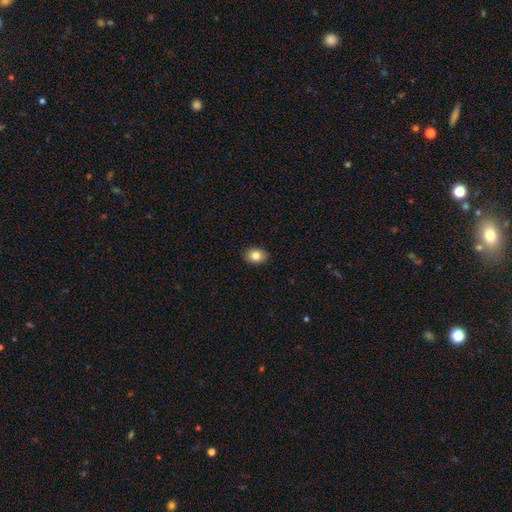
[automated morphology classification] The model was most divided on "how rounded": in between: 70%, round: 29%, cigar-shaped: 1%. More confident: merging — none (90%); smooth or featured — smooth (82%).